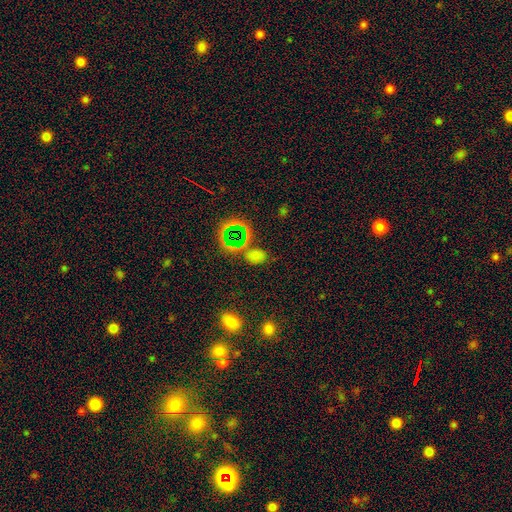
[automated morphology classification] smooth_or_featured: smooth (p=0.53) [alt: star or artifact p=0.39]
how_rounded: in between (p=0.66) [alt: round p=0.31]
merging: none (p=0.68) [alt: minor disturbance p=0.13]